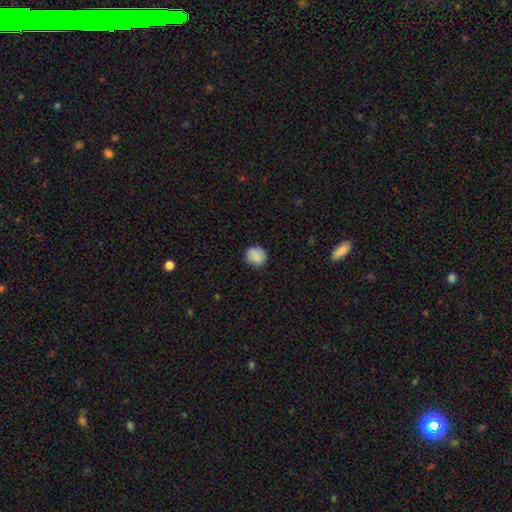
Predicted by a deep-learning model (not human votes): smooth-or-featured: smooth: 87% | star or artifact: 8% | featured or disk: 5%
  how-rounded: round: 83% | in between: 16% | cigar-shaped: 1%
  merging: none: 85% | minor disturbance: 12% | major disturbance: 3% | merger: 1%